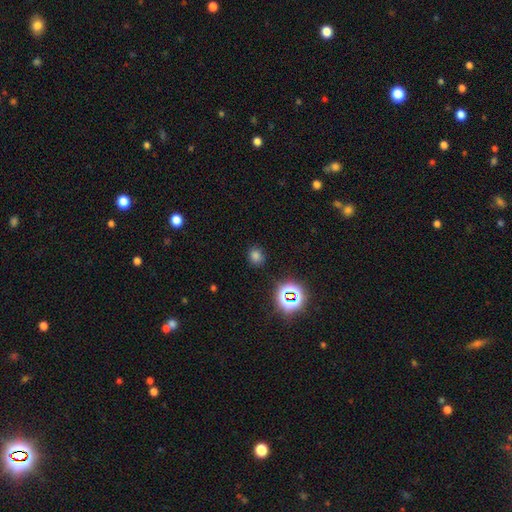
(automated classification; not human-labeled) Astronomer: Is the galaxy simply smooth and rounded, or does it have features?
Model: smooth — 67%.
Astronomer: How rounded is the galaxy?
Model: round — 77%.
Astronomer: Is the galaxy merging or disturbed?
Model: none — 85%.